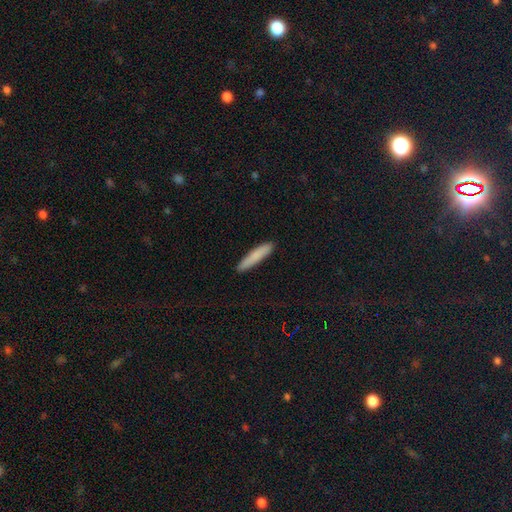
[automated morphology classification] Smooth or featured? Predicted: smooth (p=0.83). How rounded? Predicted: cigar-shaped (p=0.91). Merging? Predicted: none (p=0.90).